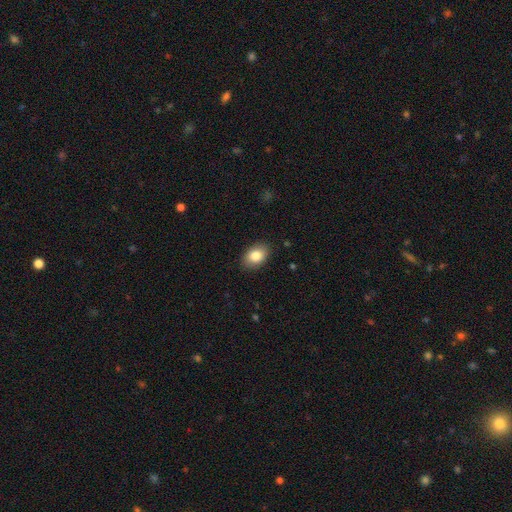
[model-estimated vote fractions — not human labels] Smooth or featured? smooth (84%)
How rounded? in between (85%)
Merging? none (87%)